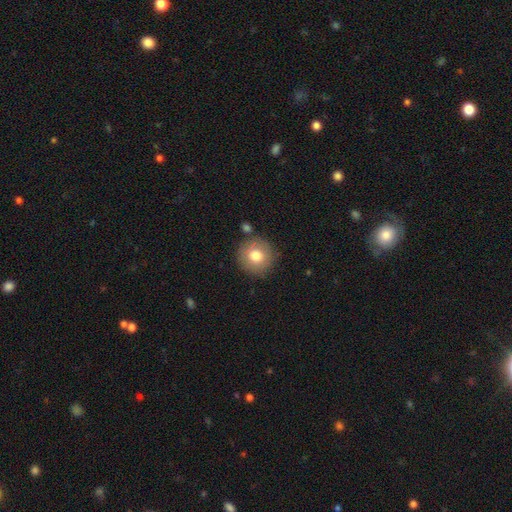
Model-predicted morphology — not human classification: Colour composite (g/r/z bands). It shows a smooth galaxy with no disk features (76%) that is round (93%). Merging: none (83%).